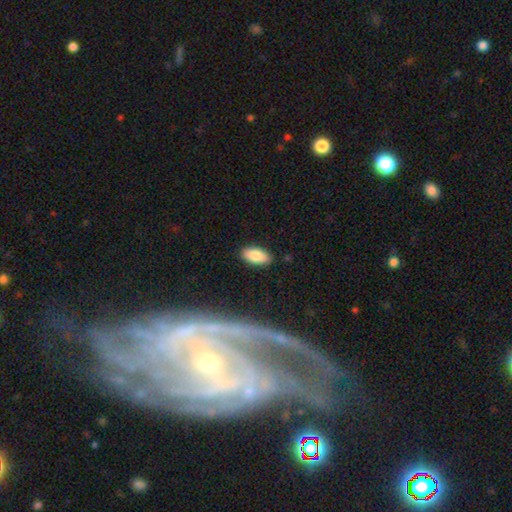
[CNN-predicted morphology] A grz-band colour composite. It shows a smooth galaxy with no disk features (84%) that is in between round and cigar-shaped (92%). Merging: none (88%).